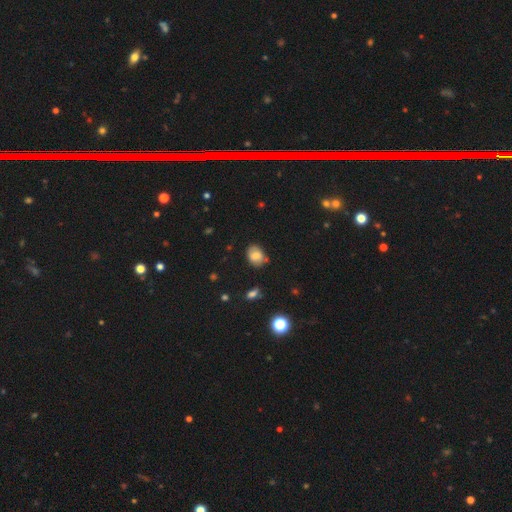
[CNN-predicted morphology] smooth 77%, featured or disk 12%, star or artifact 10%. Down the decision tree: how rounded — in between (62%); merging — none (71%).